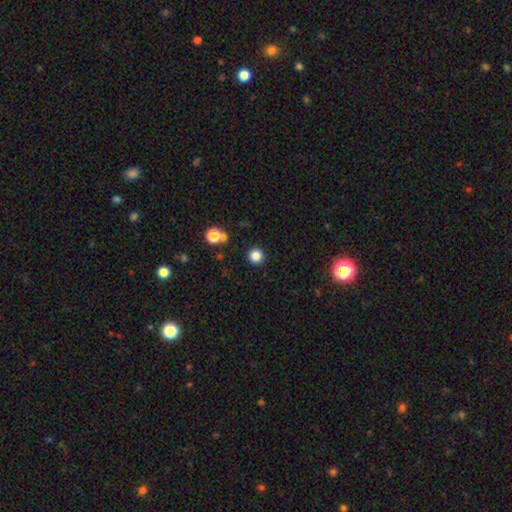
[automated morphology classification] Smooth or featured? smooth (83%)
How rounded? round (96%)
Merging? none (91%)